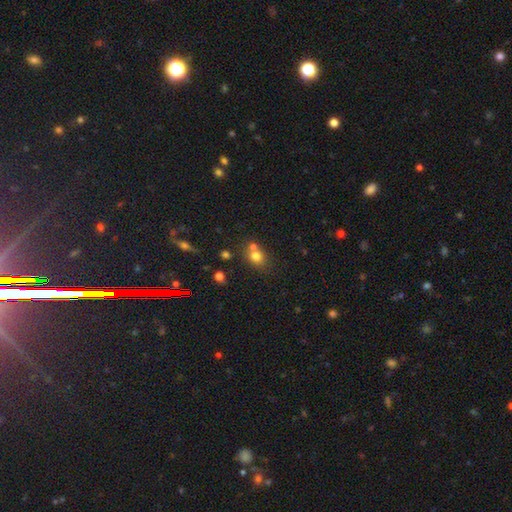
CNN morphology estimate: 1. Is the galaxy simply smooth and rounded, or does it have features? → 75% smooth, 14% star or artifact, 11% featured or disk.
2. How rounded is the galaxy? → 60% round, 39% in between, 1% cigar-shaped.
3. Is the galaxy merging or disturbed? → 49% none, 36% merger, 11% minor disturbance, 4% major disturbance.